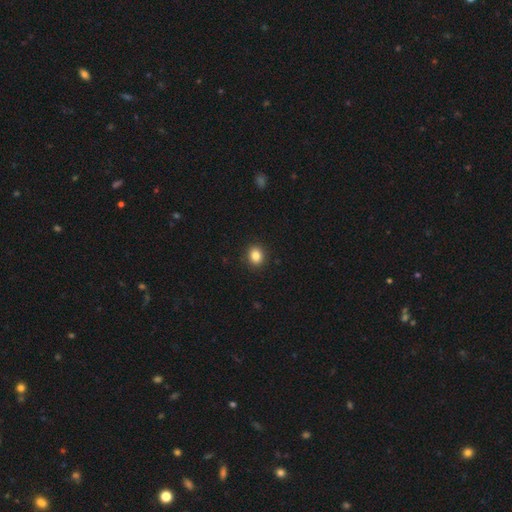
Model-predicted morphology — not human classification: Smooth or featured?
  - smooth: 85% *
  - star or artifact: 10%
  - featured or disk: 5%
How rounded?
  - round: 69% *
  - in between: 30%
  - cigar-shaped: 1%
Merging?
  - none: 91% *
  - minor disturbance: 6%
  - major disturbance: 2%
  - merger: 1%